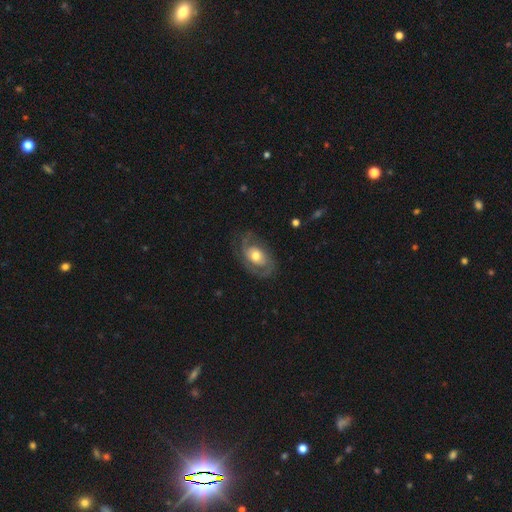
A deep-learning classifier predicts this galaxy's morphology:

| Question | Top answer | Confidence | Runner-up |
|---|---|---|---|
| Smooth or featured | featured or disk | 71% | smooth (23%) |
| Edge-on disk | no | 95% | yes (5%) |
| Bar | no | 72% | weak (22%) |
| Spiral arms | yes | 83% | no (17%) |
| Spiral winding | medium | 43% | tight (37%) |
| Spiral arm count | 2 | 68% | can't tell (16%) |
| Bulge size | moderate | 69% | large (16%) |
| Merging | none | 68% | minor disturbance (19%) |